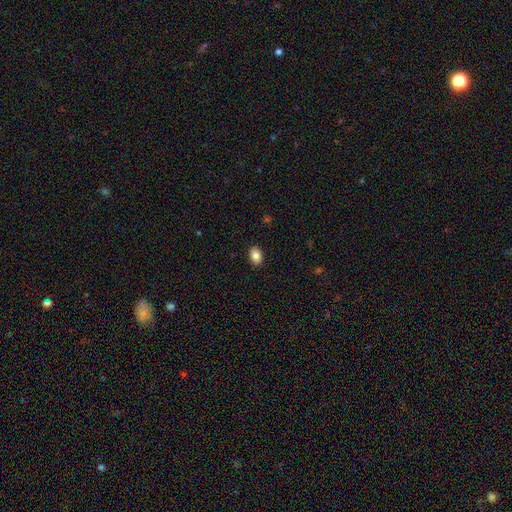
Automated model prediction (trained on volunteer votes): Q: Smooth or featured?
A: smooth (86%); runner-up: star or artifact (8%)
Q: How rounded?
A: in between (81%); runner-up: round (18%)
Q: Merging?
A: none (90%); runner-up: minor disturbance (8%)